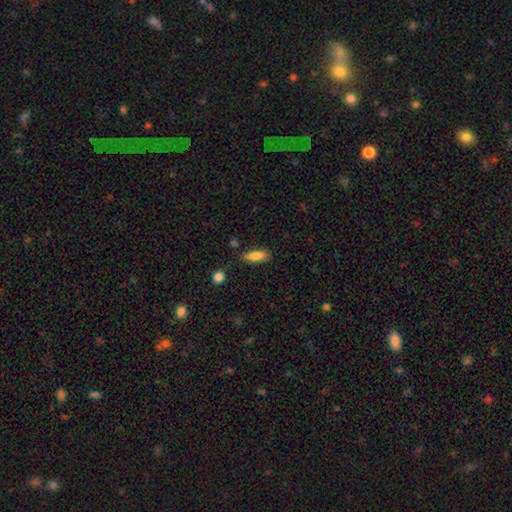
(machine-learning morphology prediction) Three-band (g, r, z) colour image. It shows a smooth galaxy with no disk features (80%) that is in between round and cigar-shaped (61%). Merging: none (81%).